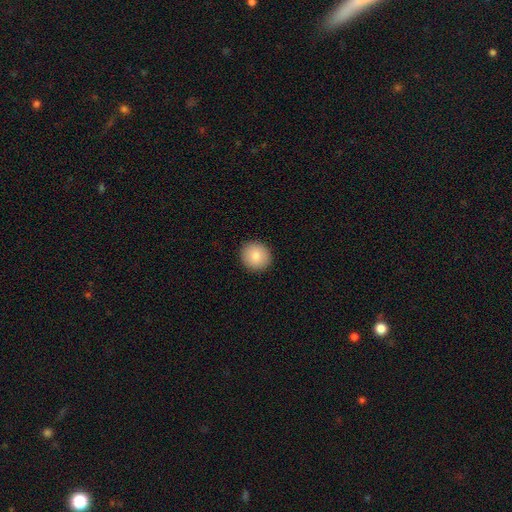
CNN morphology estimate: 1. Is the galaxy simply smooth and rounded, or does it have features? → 86% smooth, 7% star or artifact, 6% featured or disk.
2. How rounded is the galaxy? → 90% round, 9% in between, 1% cigar-shaped.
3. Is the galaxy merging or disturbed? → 92% none, 5% minor disturbance, 2% major disturbance, 1% merger.